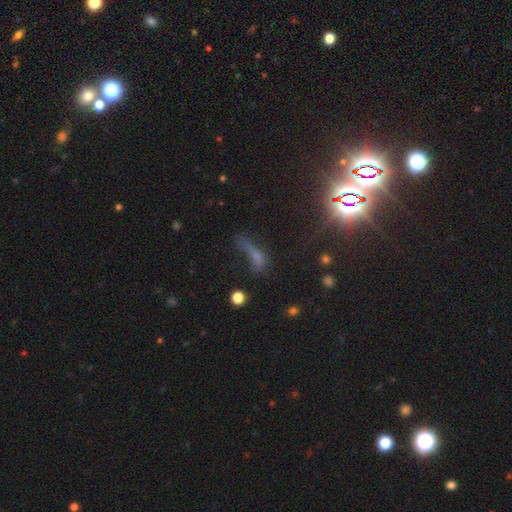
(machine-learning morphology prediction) Smooth or featured? smooth (48%)
Merging? major disturbance (36%)